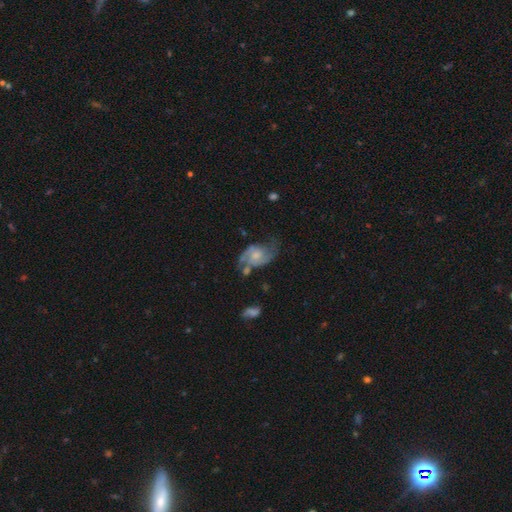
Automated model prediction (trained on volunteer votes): A featured or disk galaxy (82%) with no bar (63%), 2 (85%) medium (50%) spiral arms (94%) and a moderate central bulge (43%). Merging: none (51%).